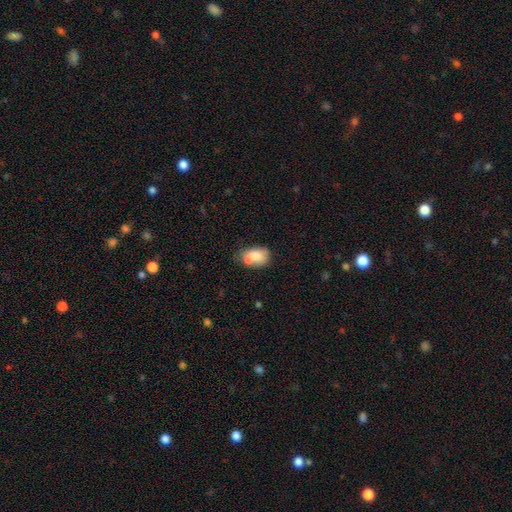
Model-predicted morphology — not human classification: type=smooth (74%); roundness=in between (78%); merging=none (37%).